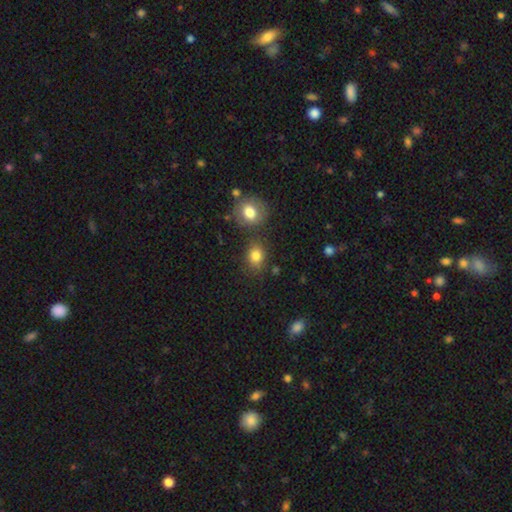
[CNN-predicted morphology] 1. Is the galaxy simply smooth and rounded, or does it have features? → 82% smooth, 10% star or artifact, 8% featured or disk.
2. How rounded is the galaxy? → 52% in between, 46% round, 1% cigar-shaped.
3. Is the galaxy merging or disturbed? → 70% none, 13% minor disturbance, 13% merger, 4% major disturbance.